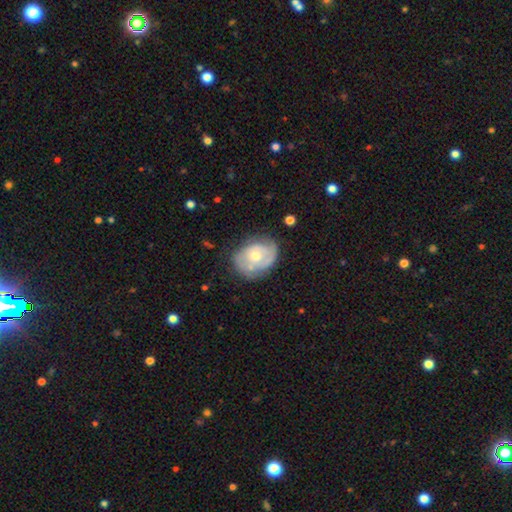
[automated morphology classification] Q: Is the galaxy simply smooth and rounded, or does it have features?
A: featured or disk — 63%.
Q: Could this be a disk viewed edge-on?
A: no — 96%.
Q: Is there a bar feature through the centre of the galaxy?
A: no — 80%.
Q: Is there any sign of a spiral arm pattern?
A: yes — 69%.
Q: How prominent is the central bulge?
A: moderate — 55%.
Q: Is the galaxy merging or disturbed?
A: none — 64%.